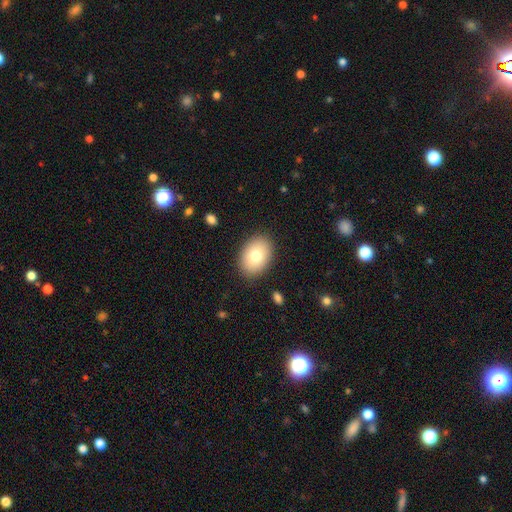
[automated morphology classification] Smooth or featured?
  - smooth: 79% *
  - featured or disk: 13%
  - star or artifact: 7%
How rounded?
  - in between: 83% *
  - round: 16%
  - cigar-shaped: 1%
Merging?
  - none: 87% *
  - minor disturbance: 9%
  - major disturbance: 2%
  - merger: 1%